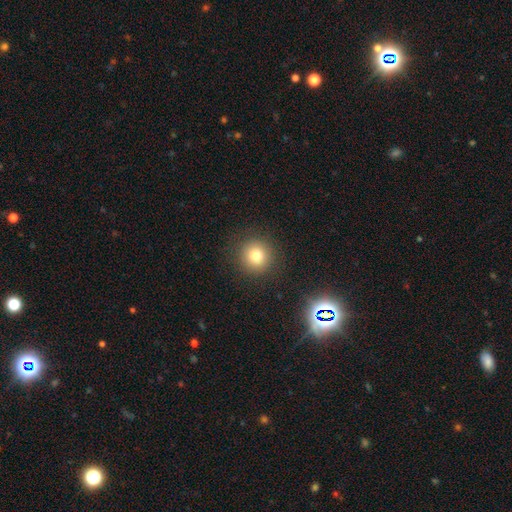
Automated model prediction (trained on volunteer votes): smooth_or_featured: smooth (p=0.78) [alt: star or artifact p=0.13]
how_rounded: round (p=0.94) [alt: in between p=0.05]
merging: none (p=0.90) [alt: minor disturbance p=0.06]